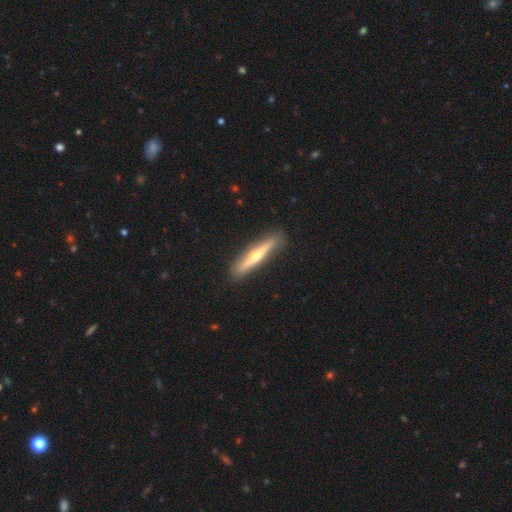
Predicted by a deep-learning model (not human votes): Smooth or featured?
  - featured or disk: 65% *
  - smooth: 30%
  - star or artifact: 5%
Edge-on disk?
  - yes: 96% *
  - no: 4%
Edge-on bulge?
  - rounded: 90% *
  - none: 7%
  - boxy: 3%
Merging?
  - none: 91% *
  - minor disturbance: 7%
  - major disturbance: 1%
  - merger: 1%